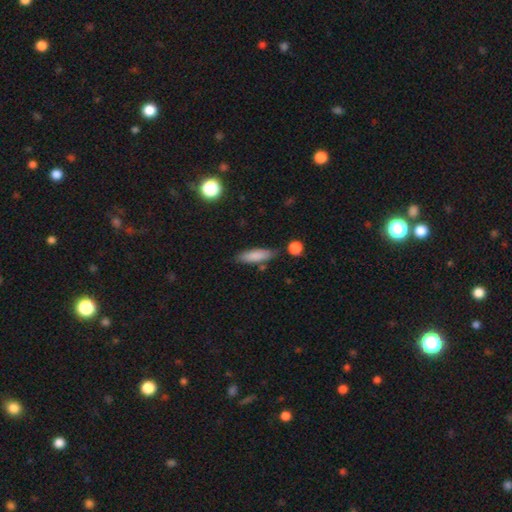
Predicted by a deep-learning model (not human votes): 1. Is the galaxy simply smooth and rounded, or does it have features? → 83% smooth, 11% featured or disk, 6% star or artifact.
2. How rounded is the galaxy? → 56% cigar-shaped, 42% in between, 2% round.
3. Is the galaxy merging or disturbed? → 78% none, 14% minor disturbance, 5% merger, 3% major disturbance.